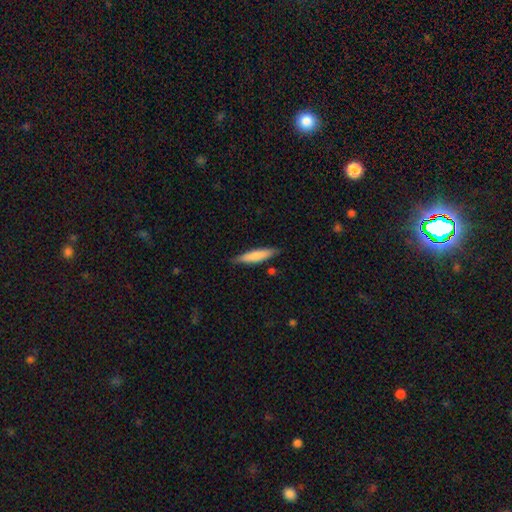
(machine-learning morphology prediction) Smooth or featured? Predicted: smooth (p=0.76). How rounded? Predicted: cigar-shaped (p=0.85). Merging? Predicted: none (p=0.84).